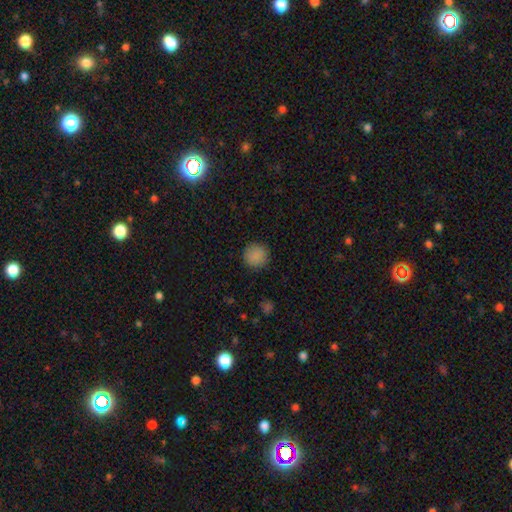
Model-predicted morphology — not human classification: A smooth galaxy with no disk features (87%) that is round (93%). Merging: none (90%).